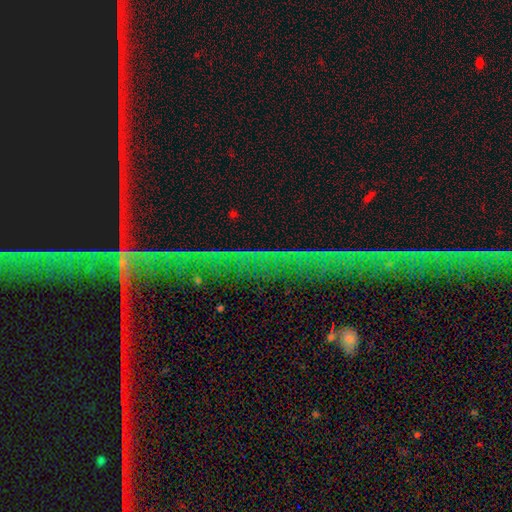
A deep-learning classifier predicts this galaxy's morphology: smooth-or-featured: star or artifact: 75% | featured or disk: 15% | smooth: 10%